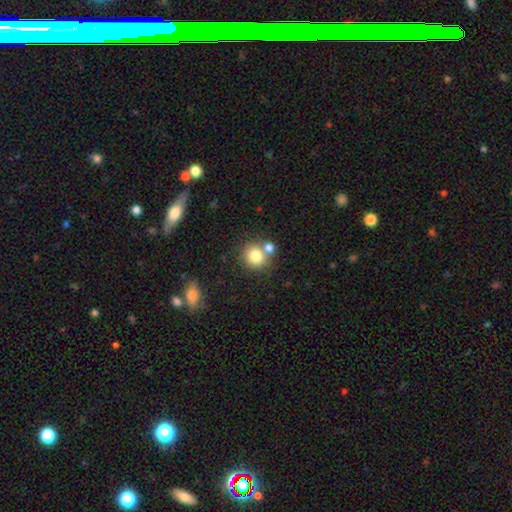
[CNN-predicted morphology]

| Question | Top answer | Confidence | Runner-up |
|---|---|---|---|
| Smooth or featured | smooth | 79% | star or artifact (11%) |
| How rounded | round | 88% | in between (11%) |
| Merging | none | 62% | merger (26%) |